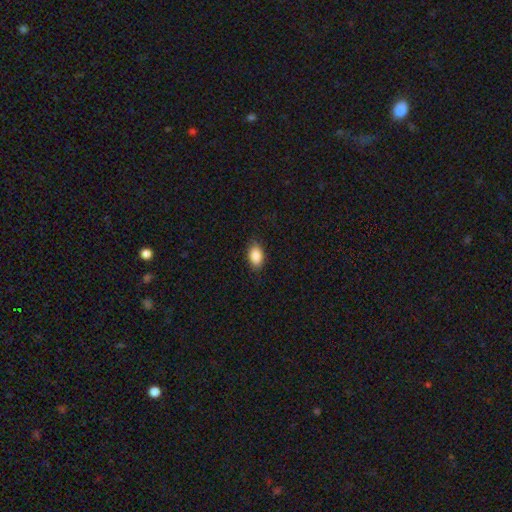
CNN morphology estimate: A smooth galaxy with no disk features (88%) that is in between round and cigar-shaped (90%).

Vote fractions:
- Smooth or featured? smooth: 88% / star or artifact: 7% / featured or disk: 5%
- How rounded? in between: 90% / round: 7% / cigar-shaped: 2%
- Merging? none: 84% / minor disturbance: 12% / major disturbance: 3% / merger: 1%